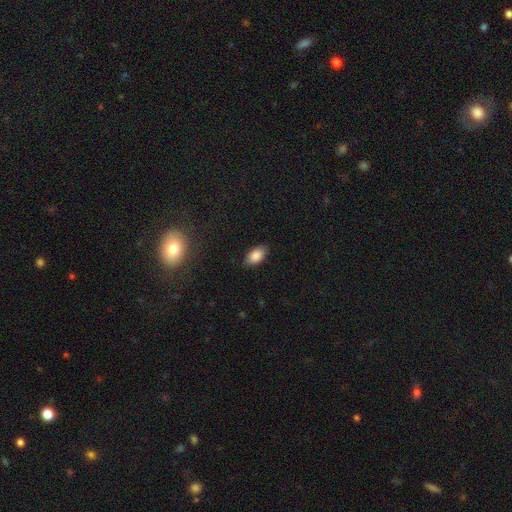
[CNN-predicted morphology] Smooth or featured: smooth — 86% (star or artifact — 8%)
How rounded: in between — 93% (round — 4%)
Merging: none — 85% (minor disturbance — 11%)